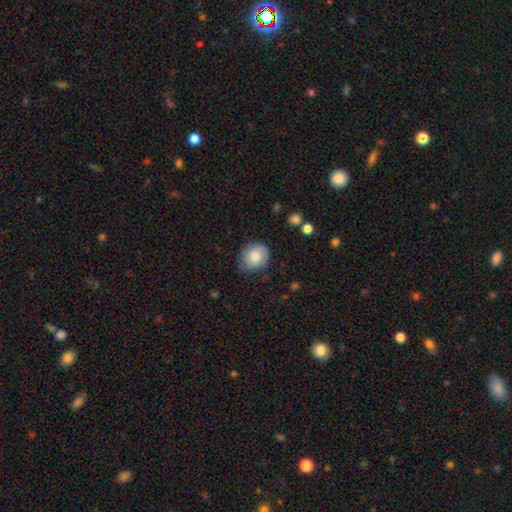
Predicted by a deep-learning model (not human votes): smooth_or_featured: smooth (p=0.80) [alt: featured or disk p=0.13]
how_rounded: round (p=0.71) [alt: in between p=0.28]
merging: none (p=0.74) [alt: minor disturbance p=0.20]